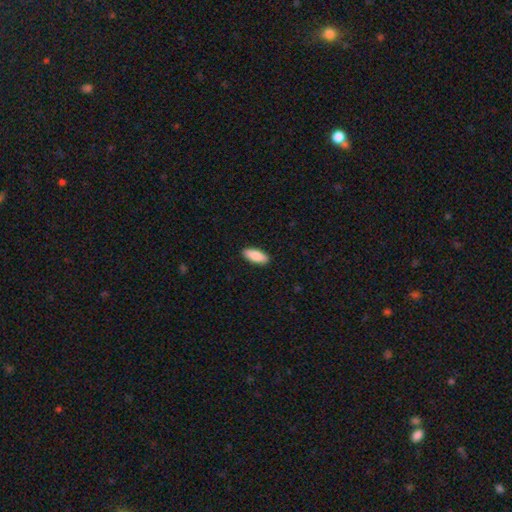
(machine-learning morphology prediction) smooth-or-featured: smooth: 88% | featured or disk: 6% | star or artifact: 5%
  how-rounded: in between: 80% | cigar-shaped: 18% | round: 2%
  merging: none: 91% | minor disturbance: 7% | major disturbance: 2% | merger: 1%